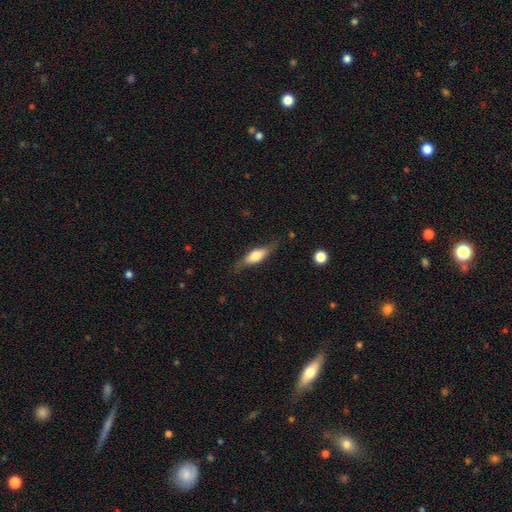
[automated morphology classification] A smooth galaxy with no disk features (55%) that is in between round and cigar-shaped (57%).

Vote fractions:
- Smooth or featured? smooth: 55% / featured or disk: 38% / star or artifact: 6%
- How rounded? in between: 57% / cigar-shaped: 40% / round: 3%
- Merging? none: 73% / minor disturbance: 20% / major disturbance: 6% / merger: 1%